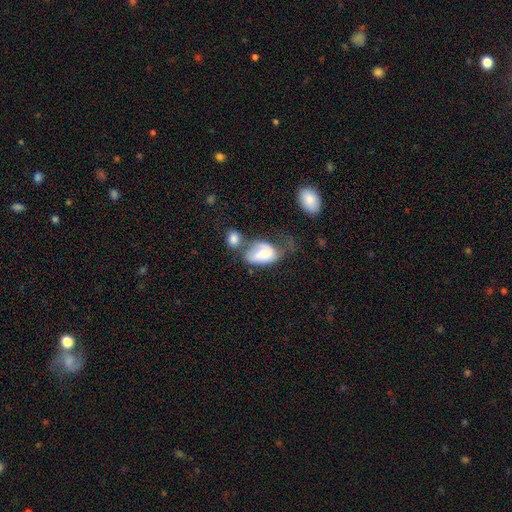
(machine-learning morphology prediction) Smooth or featured? smooth (59%)
How rounded? in between (87%)
Merging? merger (34%)